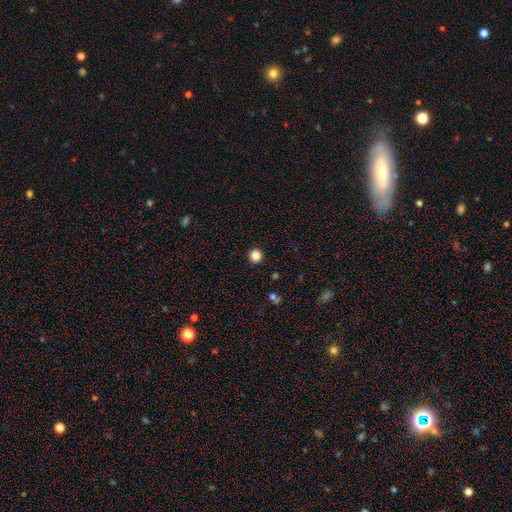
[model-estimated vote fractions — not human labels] smooth_or_featured: smooth (p=0.85) [alt: star or artifact p=0.12]
how_rounded: round (p=0.94) [alt: in between p=0.05]
merging: none (p=0.93) [alt: minor disturbance p=0.04]